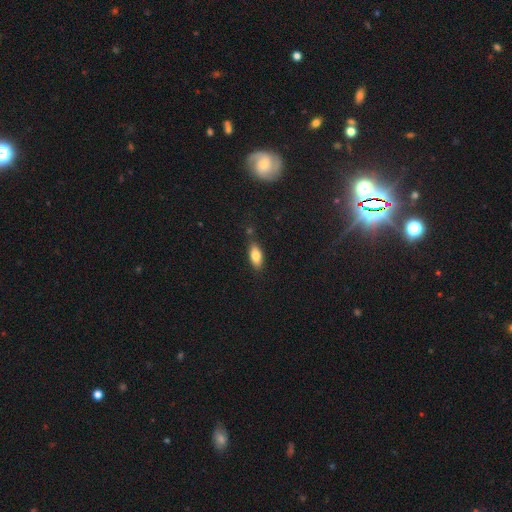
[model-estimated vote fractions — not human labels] smooth_or_featured: smooth (p=0.78) [alt: featured or disk p=0.14]
how_rounded: in between (p=0.82) [alt: cigar-shaped p=0.14]
merging: none (p=0.77) [alt: minor disturbance p=0.15]